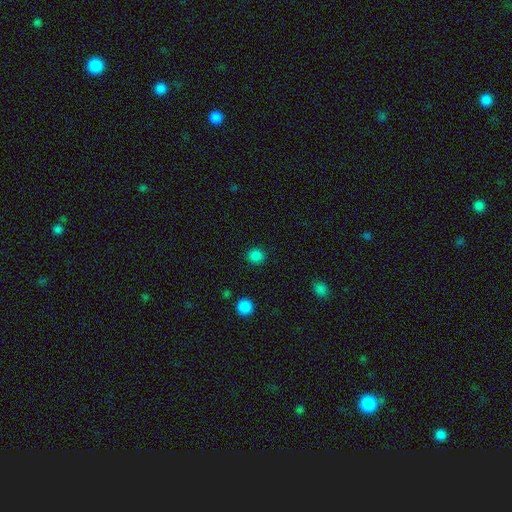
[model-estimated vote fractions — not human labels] smooth-or-featured: smooth: 84% | star or artifact: 13% | featured or disk: 3%
  how-rounded: round: 88% | in between: 11% | cigar-shaped: 1%
  merging: none: 90% | minor disturbance: 6% | major disturbance: 2% | merger: 1%